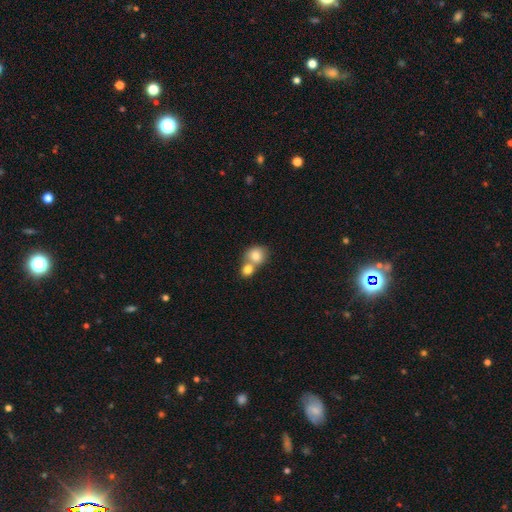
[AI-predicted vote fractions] Smooth or featured? Predicted: smooth (p=0.79). How rounded? Predicted: round (p=0.76). Merging? Predicted: merger (p=0.58).